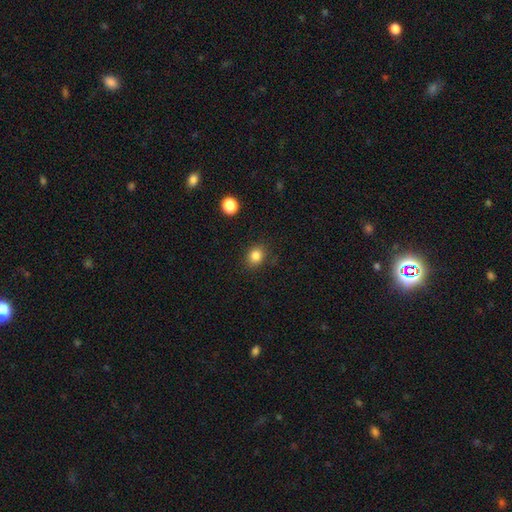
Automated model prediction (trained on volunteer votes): Q: Smooth or featured?
A: smooth (84%); runner-up: star or artifact (11%)
Q: How rounded?
A: round (63%); runner-up: in between (36%)
Q: Merging?
A: none (83%); runner-up: minor disturbance (12%)